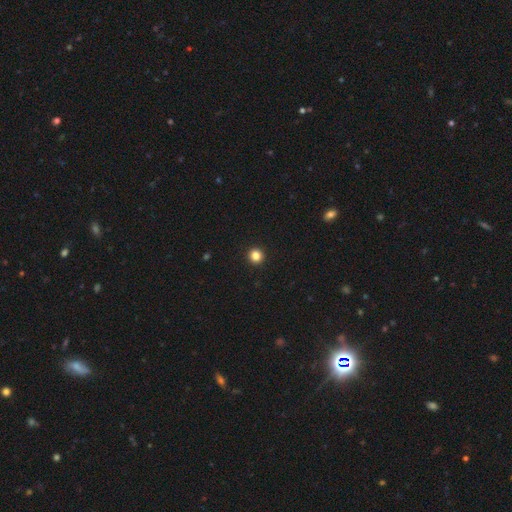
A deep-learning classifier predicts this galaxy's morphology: Smooth or featured: smooth — 84% (star or artifact — 12%)
How rounded: round — 96% (in between — 3%)
Merging: none — 94% (minor disturbance — 3%)